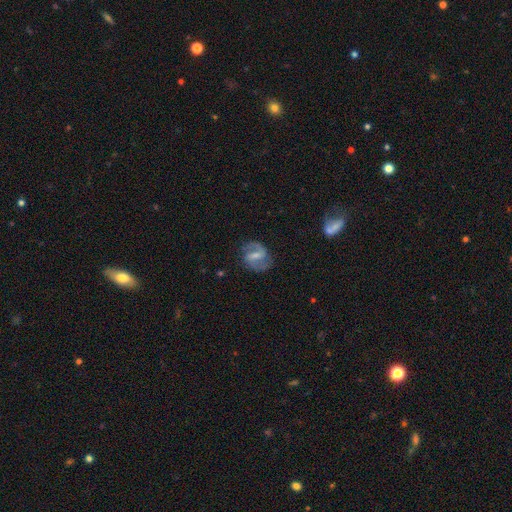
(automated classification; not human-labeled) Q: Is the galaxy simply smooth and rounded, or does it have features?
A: featured or disk — 81%.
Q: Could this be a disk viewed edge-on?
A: no — 97%.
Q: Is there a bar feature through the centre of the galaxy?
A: weak — 49%.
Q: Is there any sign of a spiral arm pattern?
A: yes — 93%.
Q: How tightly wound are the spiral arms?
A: medium — 54%.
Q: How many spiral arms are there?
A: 2 — 89%.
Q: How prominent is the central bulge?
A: small — 41%.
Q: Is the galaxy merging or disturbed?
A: none — 77%.